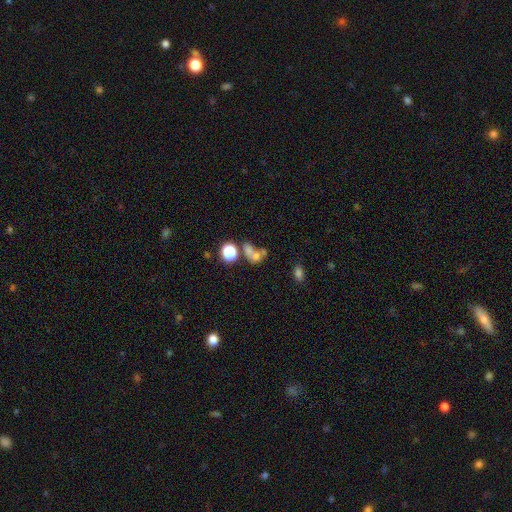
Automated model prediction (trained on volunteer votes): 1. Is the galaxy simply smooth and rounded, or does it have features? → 62% smooth, 20% star or artifact, 18% featured or disk.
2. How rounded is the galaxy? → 56% round, 42% in between, 2% cigar-shaped.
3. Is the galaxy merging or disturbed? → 54% merger, 27% none, 10% major disturbance, 9% minor disturbance.